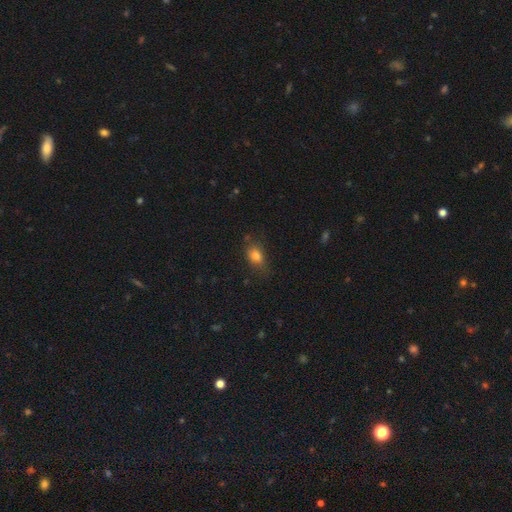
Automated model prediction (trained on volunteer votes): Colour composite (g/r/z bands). It shows a smooth galaxy with no disk features (81%) that is in between round and cigar-shaped (81%). Merging: none (67%).